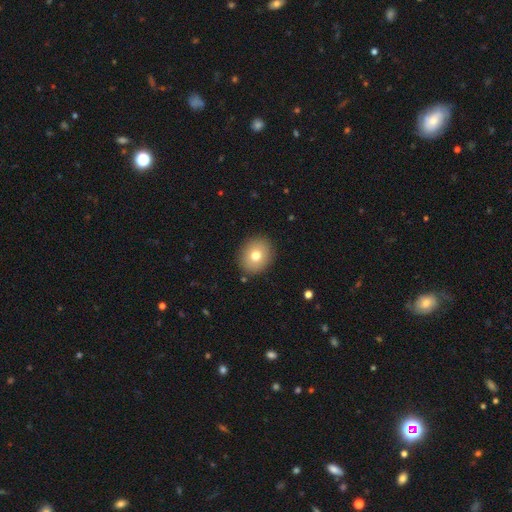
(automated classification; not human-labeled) This appears to be a smooth galaxy with no disk features (74%) that is round (66%). Merging: none (89%).